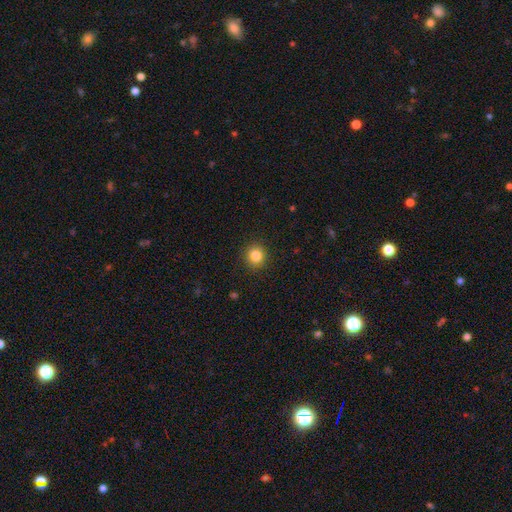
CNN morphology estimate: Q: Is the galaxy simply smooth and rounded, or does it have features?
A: smooth — 84%.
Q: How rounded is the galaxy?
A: round — 91%.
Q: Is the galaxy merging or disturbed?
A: none — 91%.